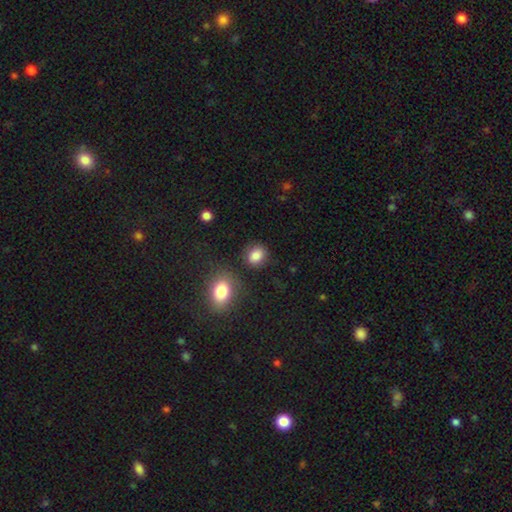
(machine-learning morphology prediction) smooth_or_featured: smooth (p=0.85) [alt: star or artifact p=0.10]
how_rounded: round (p=0.59) [alt: in between p=0.40]
merging: none (p=0.80) [alt: minor disturbance p=0.11]